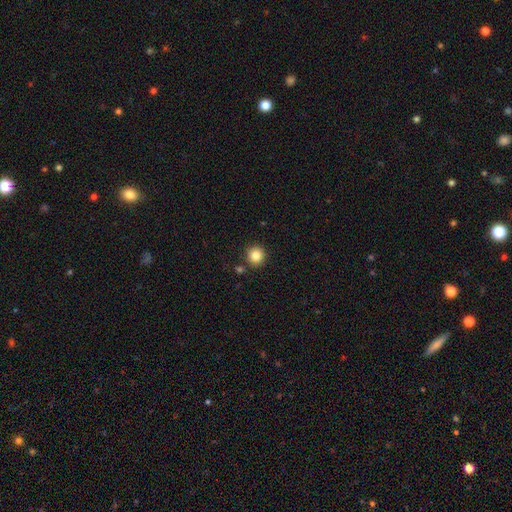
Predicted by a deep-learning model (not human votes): Q: Smooth or featured?
A: smooth (85%); runner-up: star or artifact (11%)
Q: How rounded?
A: round (94%); runner-up: in between (5%)
Q: Merging?
A: none (87%); runner-up: minor disturbance (6%)